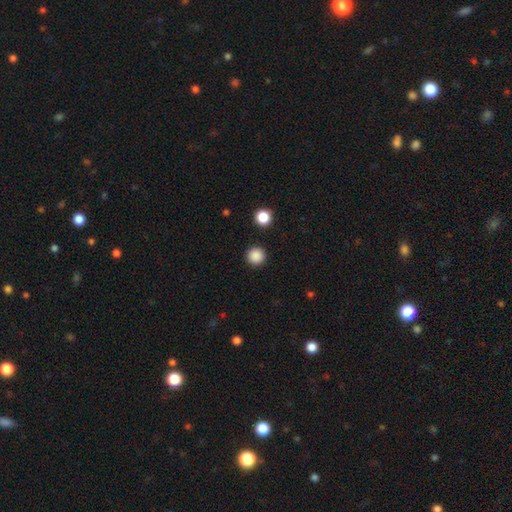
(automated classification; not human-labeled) smooth_or_featured: smooth (p=0.87) [alt: star or artifact p=0.11]
how_rounded: round (p=0.96) [alt: in between p=0.03]
merging: none (p=0.92) [alt: minor disturbance p=0.04]